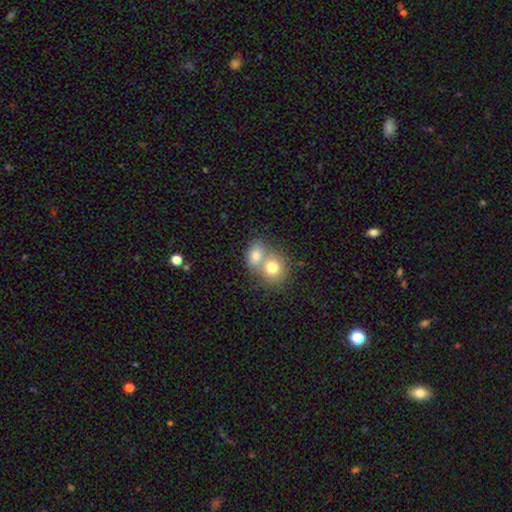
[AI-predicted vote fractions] Smooth or featured: smooth — 77% (featured or disk — 14%)
How rounded: in between — 53% (round — 46%)
Merging: merger — 64% (none — 26%)